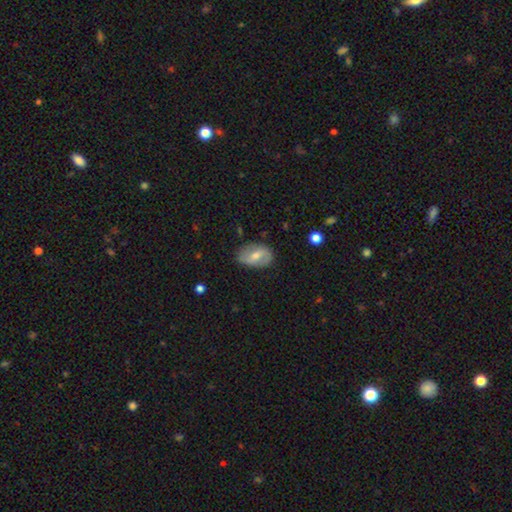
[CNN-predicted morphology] This appears to be a featured or disk galaxy (53%). Merging: none (79%).